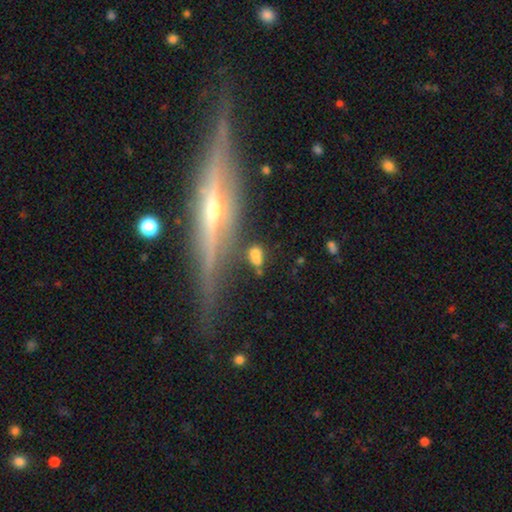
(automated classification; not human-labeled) A smooth galaxy with no disk features (64%) that is in between round and cigar-shaped (60%).

Vote fractions:
- Smooth or featured? smooth: 64% / featured or disk: 21% / star or artifact: 15%
- How rounded? in between: 60% / round: 27% / cigar-shaped: 13%
- Merging? none: 57% / merger: 17% / minor disturbance: 15% / major disturbance: 10%